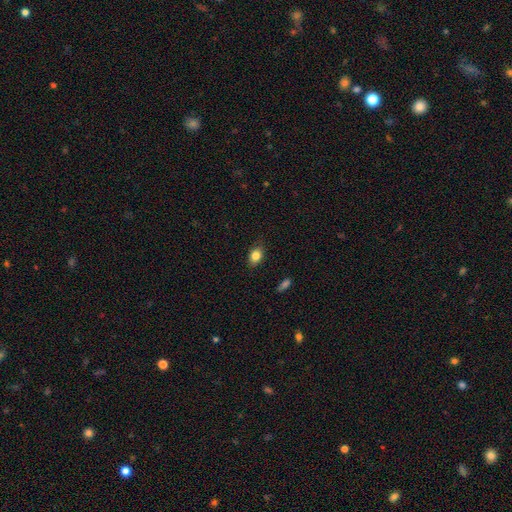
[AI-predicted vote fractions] Smooth or featured? smooth (83%)
How rounded? in between (75%)
Merging? none (83%)